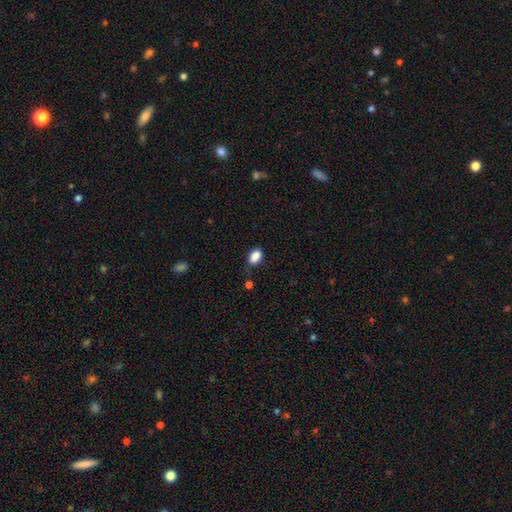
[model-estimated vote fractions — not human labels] The model was most divided on "merging": none: 67%, minor disturbance: 25%, major disturbance: 5%, merger: 4%. More confident: how rounded — in between (86%); smooth or featured — smooth (86%).